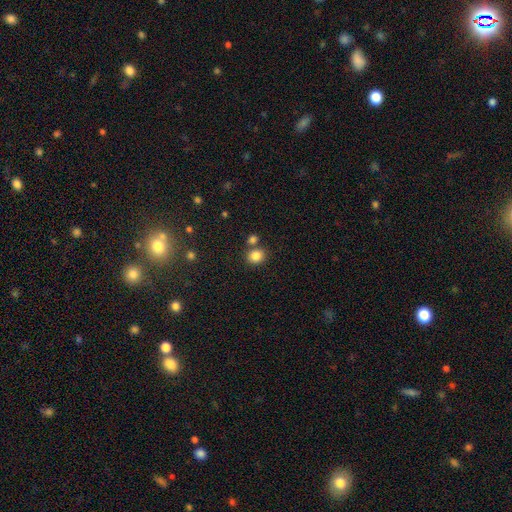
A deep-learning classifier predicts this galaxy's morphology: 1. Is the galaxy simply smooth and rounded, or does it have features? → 84% smooth, 11% star or artifact, 5% featured or disk.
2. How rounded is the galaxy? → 71% round, 28% in between, 1% cigar-shaped.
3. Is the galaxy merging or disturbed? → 69% none, 18% merger, 10% minor disturbance, 3% major disturbance.